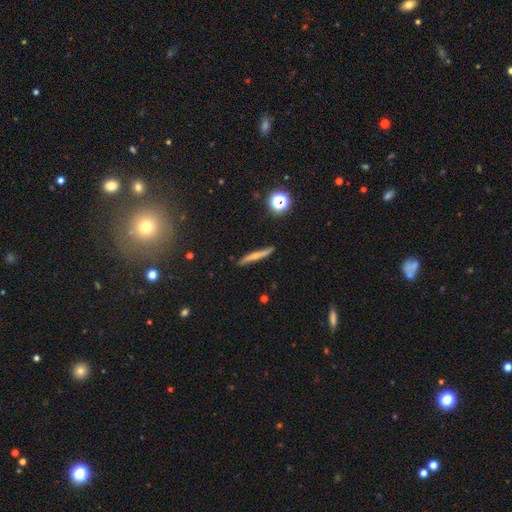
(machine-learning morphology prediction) Q: Smooth or featured?
A: featured or disk (48%); runner-up: smooth (42%)
Q: Merging?
A: none (84%); runner-up: minor disturbance (12%)